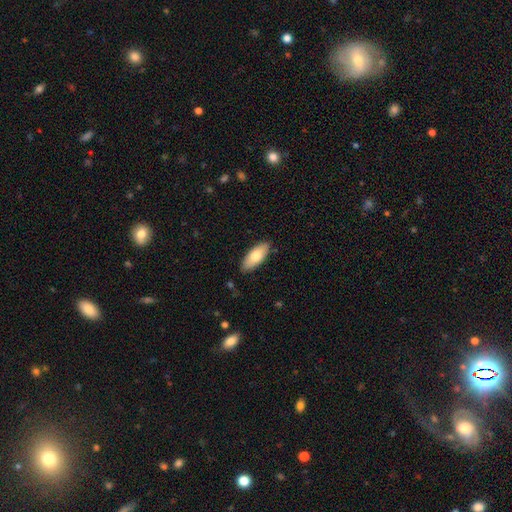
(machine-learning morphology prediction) type=smooth (76%); roundness=in between (85%); merging=none (87%).